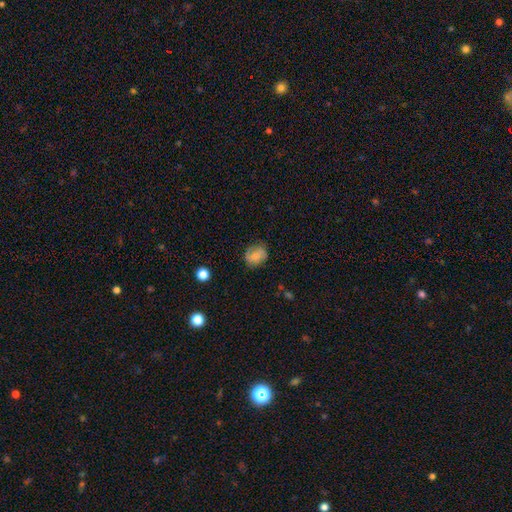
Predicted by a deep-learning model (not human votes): Smooth or featured? Predicted: smooth (p=0.61). How rounded? Predicted: round (p=0.52). Merging? Predicted: none (p=0.68).